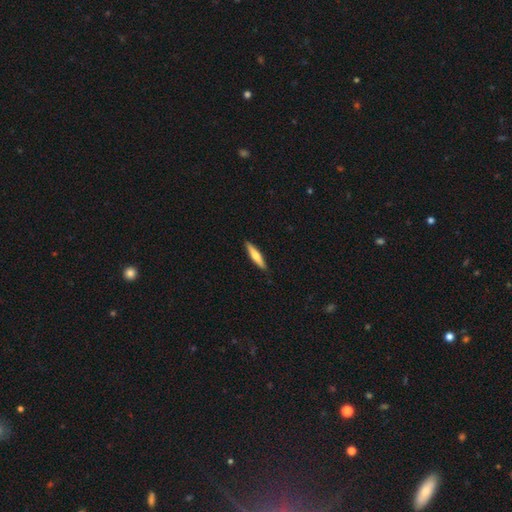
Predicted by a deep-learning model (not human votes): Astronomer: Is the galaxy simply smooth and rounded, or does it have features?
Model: smooth — 56% (runner-up: featured or disk, 39%).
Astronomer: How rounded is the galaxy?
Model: cigar-shaped — 87%.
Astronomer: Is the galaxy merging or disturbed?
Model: none — 91%.